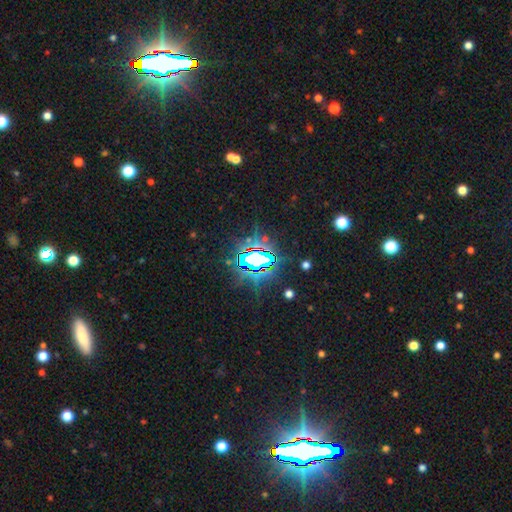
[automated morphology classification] star or artifact 77%, smooth 12%, featured or disk 11%.